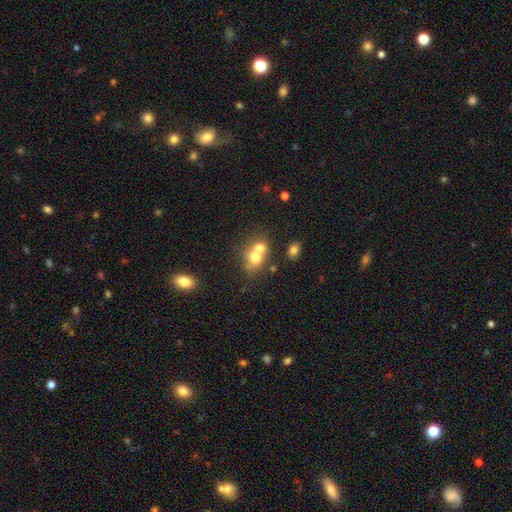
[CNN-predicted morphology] smooth 67%, featured or disk 21%, star or artifact 12%. Down the decision tree: how rounded — round (57%); merging — merger (61%).